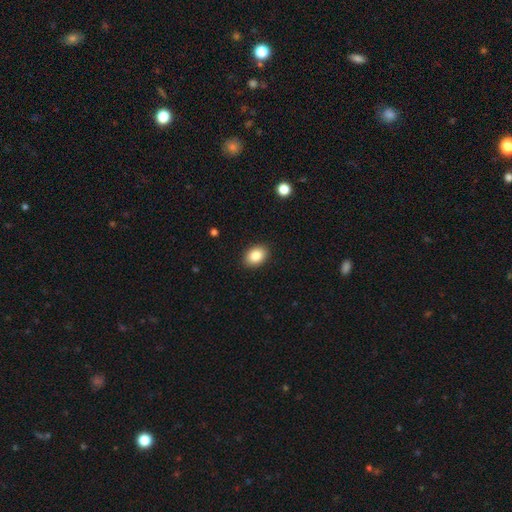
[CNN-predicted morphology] A smooth galaxy with no disk features (86%) that is in between round and cigar-shaped (75%). Merging: none (90%).